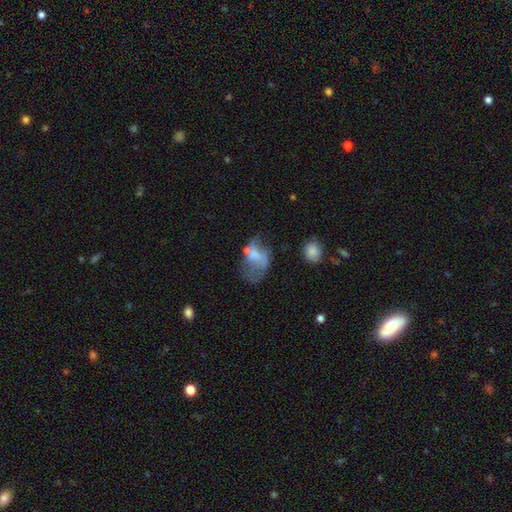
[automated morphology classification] smooth_or_featured: smooth (p=0.45) [alt: featured or disk p=0.43]
merging: major disturbance (p=0.39) [alt: none p=0.27]